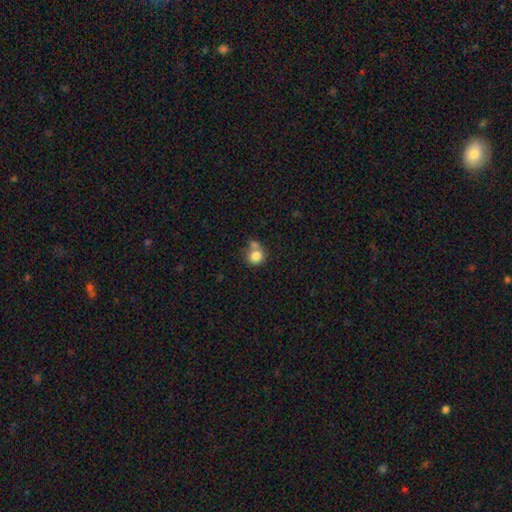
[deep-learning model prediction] A smooth galaxy with no disk features (81%) that is round (85%).

Vote fractions:
- Smooth or featured? smooth: 81% / star or artifact: 10% / featured or disk: 9%
- How rounded? round: 85% / in between: 14% / cigar-shaped: 1%
- Merging? none: 45% / merger: 38% / minor disturbance: 12% / major disturbance: 5%